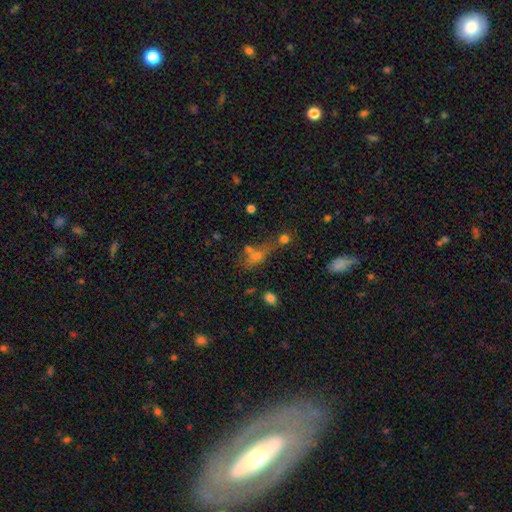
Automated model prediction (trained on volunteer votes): Overall: smooth (52%; star or artifact 27%). How rounded: in between (49%; round 36%). Merging: none (38%; merger 37%).